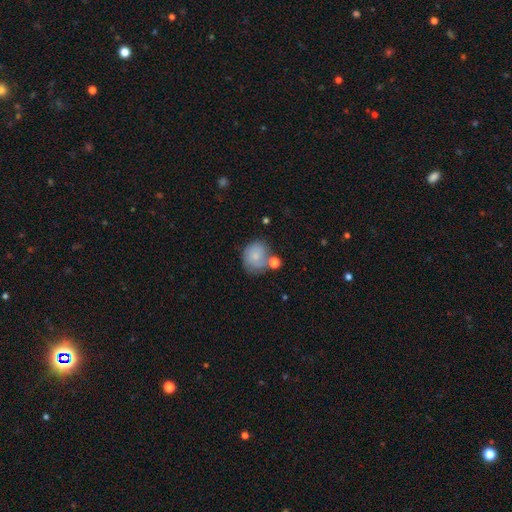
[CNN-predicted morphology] Smooth or featured? smooth (76%)
How rounded? round (69%)
Merging? none (55%)